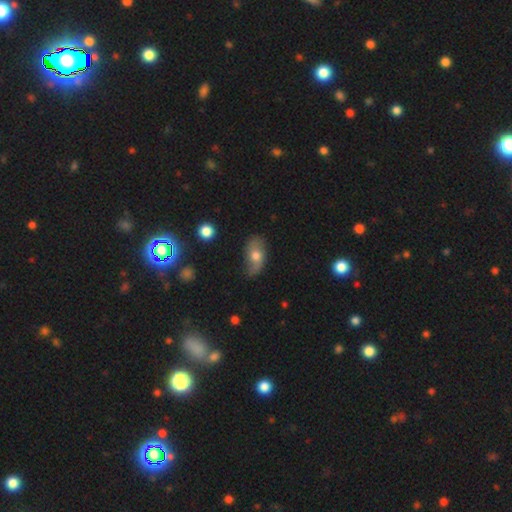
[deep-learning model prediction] Smooth or featured? smooth (51%)
How rounded? in between (87%)
Merging? none (59%)